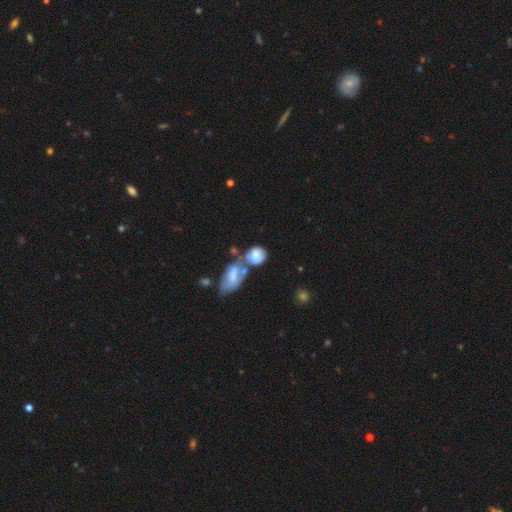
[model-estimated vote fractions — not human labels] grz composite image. It shows a smooth galaxy with no disk features (66%) that is round (53%). Merging: merger (52%).